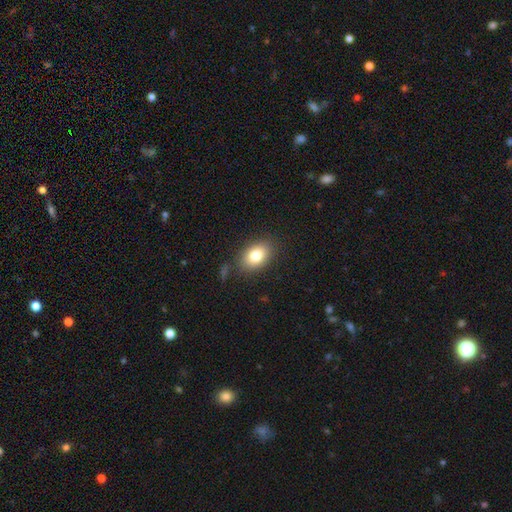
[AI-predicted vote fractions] Q: Smooth or featured?
A: smooth (81%); runner-up: featured or disk (10%)
Q: How rounded?
A: in between (85%); runner-up: round (14%)
Q: Merging?
A: none (82%); runner-up: minor disturbance (12%)